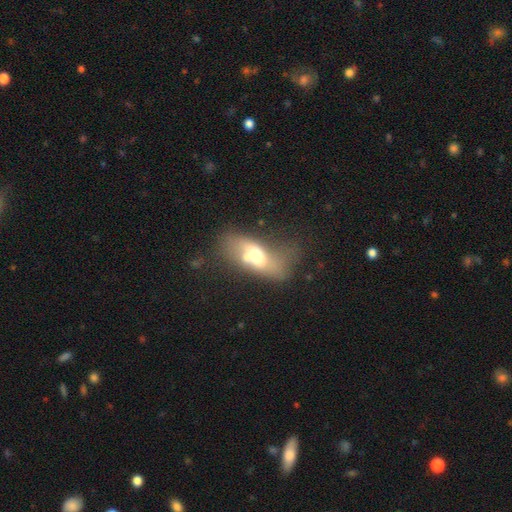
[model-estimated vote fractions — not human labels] Smooth or featured? Predicted: smooth (p=0.50). Merging? Predicted: merger (p=0.38).